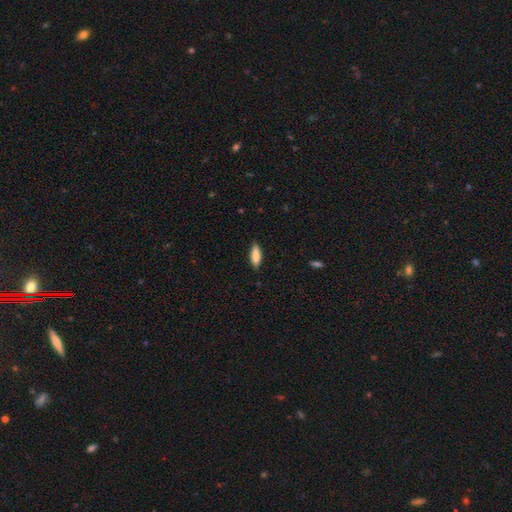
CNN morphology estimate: smooth-or-featured: smooth: 83% | featured or disk: 11% | star or artifact: 6%
  how-rounded: in between: 53% | cigar-shaped: 45% | round: 2%
  merging: none: 87% | minor disturbance: 10% | major disturbance: 2% | merger: 1%